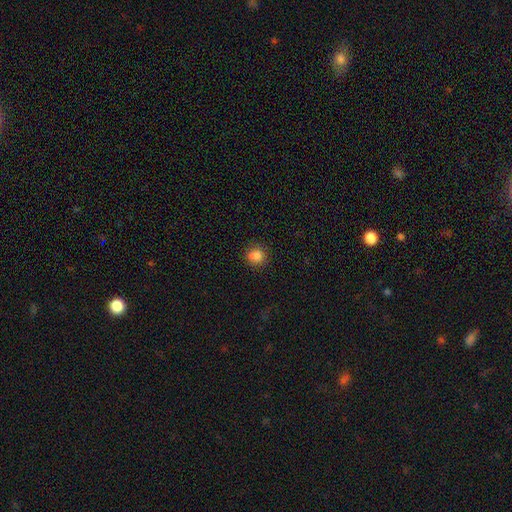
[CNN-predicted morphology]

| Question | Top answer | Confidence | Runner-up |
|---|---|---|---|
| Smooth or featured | smooth | 82% | star or artifact (12%) |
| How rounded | round | 79% | in between (20%) |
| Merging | none | 74% | minor disturbance (15%) |